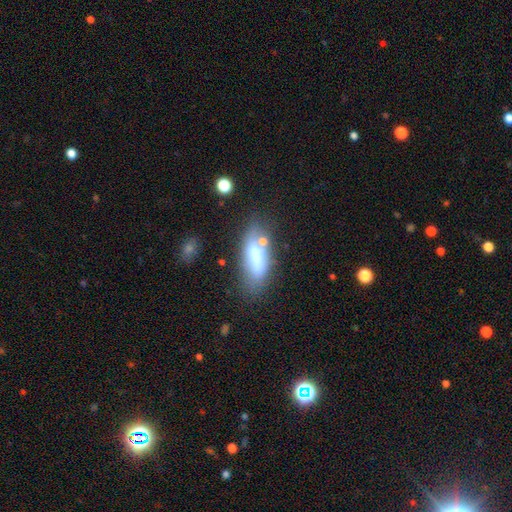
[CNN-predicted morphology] Smooth or featured? smooth (63%)
How rounded? in between (68%)
Merging? none (58%)